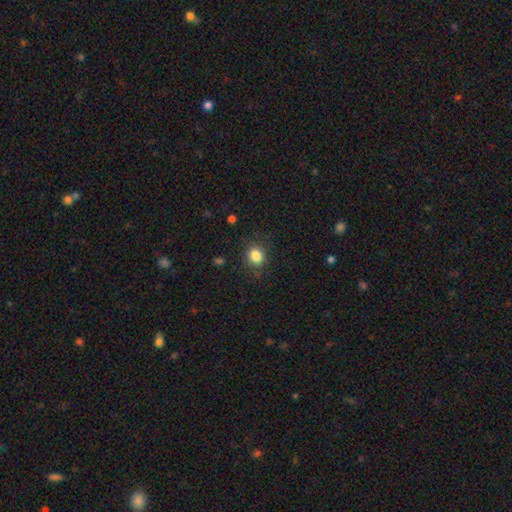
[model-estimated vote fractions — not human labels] A smooth galaxy with no disk features (84%) that is round (62%). Merging: none (84%).